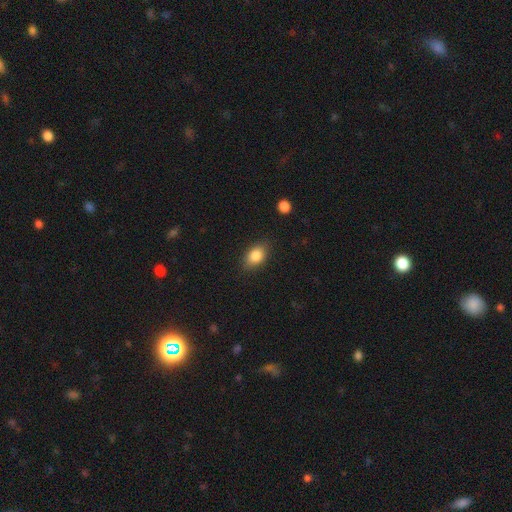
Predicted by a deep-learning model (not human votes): This appears to be a smooth galaxy with no disk features (84%) that is in between round and cigar-shaped (81%). Merging: none (83%).